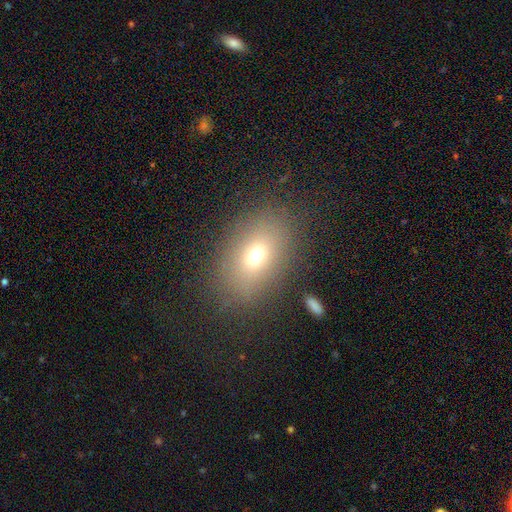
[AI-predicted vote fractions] Smooth or featured? Predicted: smooth (p=0.67). How rounded? Predicted: in between (p=0.79). Merging? Predicted: none (p=0.81).